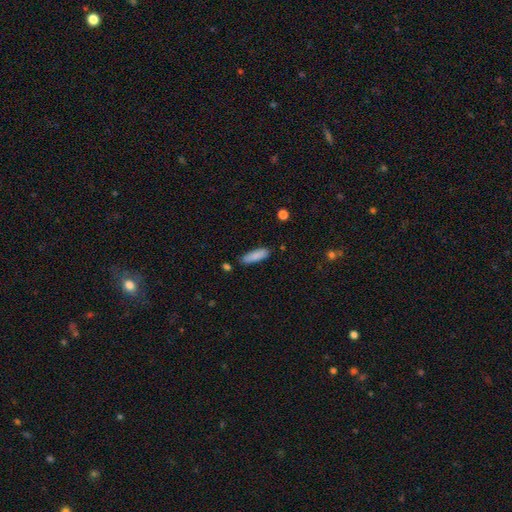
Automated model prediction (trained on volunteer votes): Smooth or featured: smooth — 87% (featured or disk — 7%)
How rounded: cigar-shaped — 55% (in between — 43%)
Merging: none — 83% (minor disturbance — 12%)